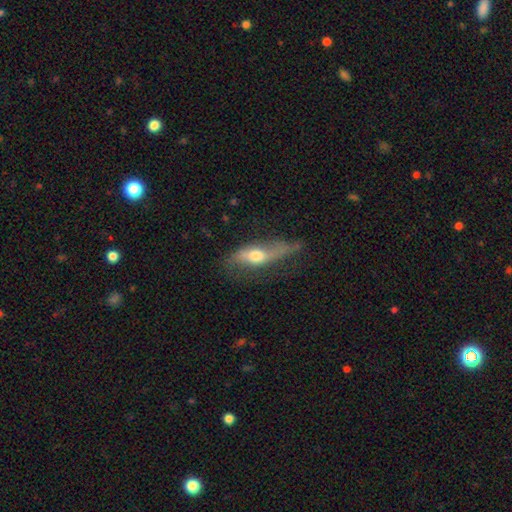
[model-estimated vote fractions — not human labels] Q: Smooth or featured?
A: featured or disk (47%); runner-up: smooth (45%)
Q: Merging?
A: none (42%); runner-up: minor disturbance (33%)